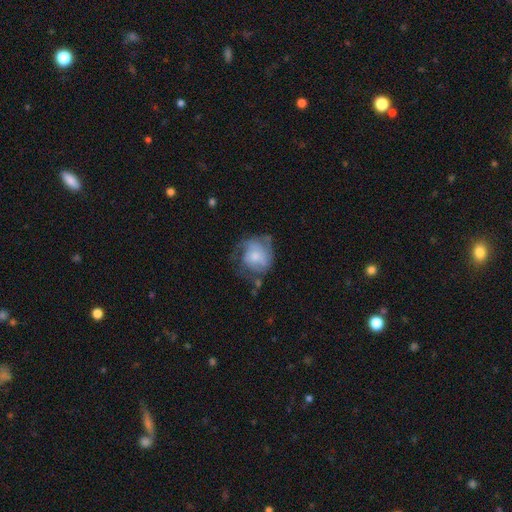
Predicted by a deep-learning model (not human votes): smooth-or-featured: featured or disk: 51% | smooth: 42% | star or artifact: 7%
  disk-edge-on: no: 97% | yes: 3%
  merging: none: 43% | minor disturbance: 28% | major disturbance: 27% | merger: 3%